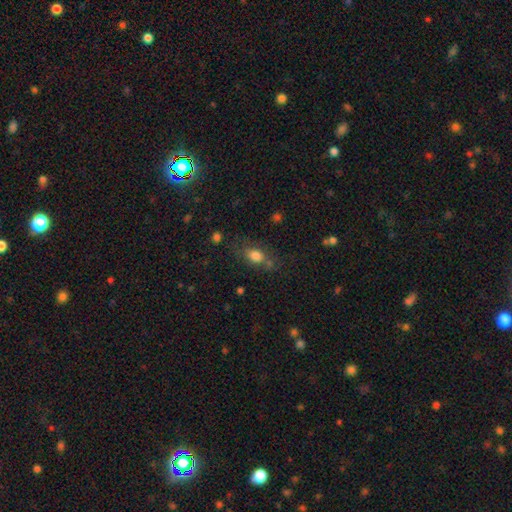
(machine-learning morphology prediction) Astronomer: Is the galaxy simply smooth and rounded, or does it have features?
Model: smooth — 79%.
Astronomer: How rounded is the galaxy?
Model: in between — 71%.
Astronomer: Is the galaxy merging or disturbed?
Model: none — 62%.